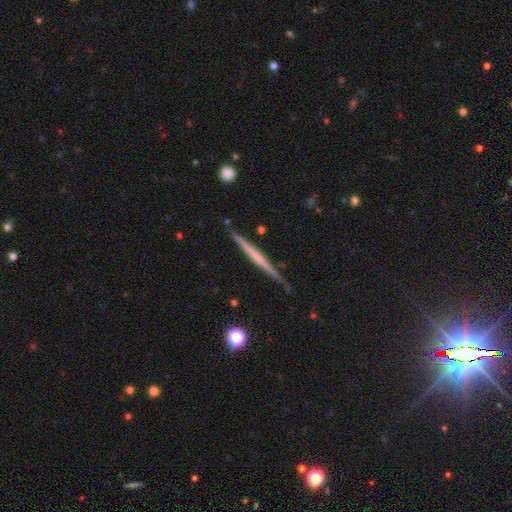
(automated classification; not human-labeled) smooth_or_featured: featured or disk (p=0.64) [alt: smooth p=0.31]
disk_edge_on: yes (p=0.98) [alt: no p=0.02]
edge_on_bulge: none (p=0.76) [alt: rounded p=0.16]
merging: none (p=0.89) [alt: minor disturbance p=0.08]